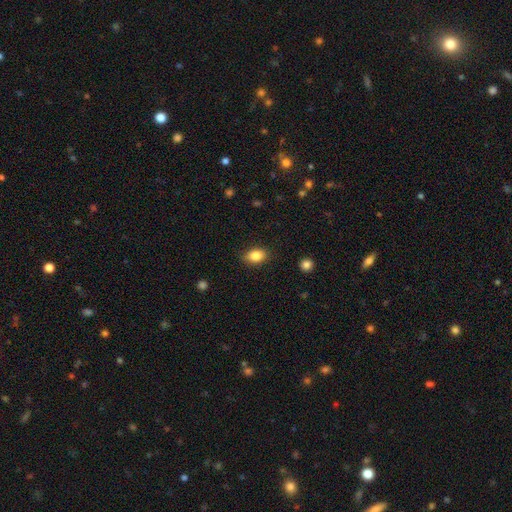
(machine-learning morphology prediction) A smooth galaxy with no disk features (85%) that is in between round and cigar-shaped (79%). Merging: none (85%).